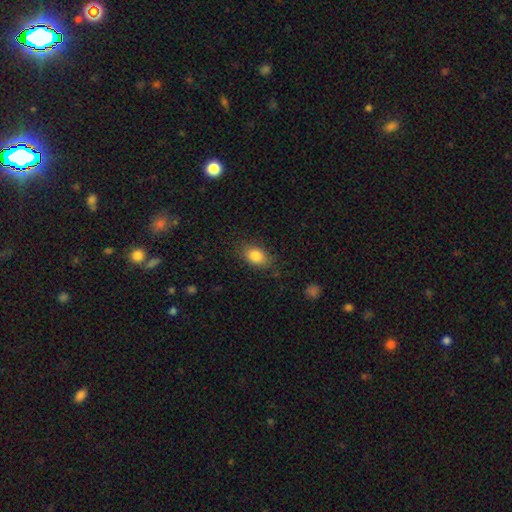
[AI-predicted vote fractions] A smooth galaxy with no disk features (84%) that is in between round and cigar-shaped (82%).

Vote fractions:
- Smooth or featured? smooth: 84% / star or artifact: 8% / featured or disk: 8%
- How rounded? in between: 82% / round: 16% / cigar-shaped: 2%
- Merging? none: 80% / minor disturbance: 15% / major disturbance: 4% / merger: 1%